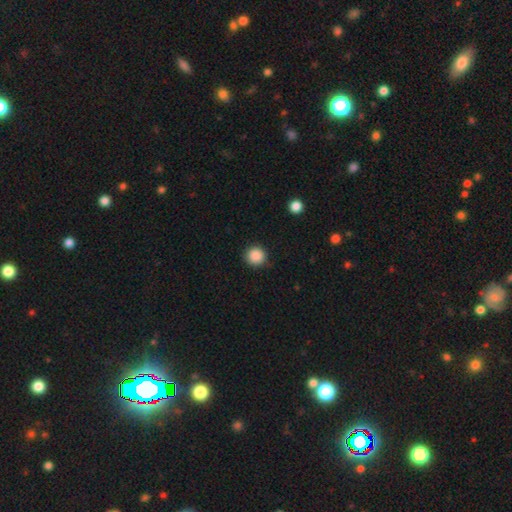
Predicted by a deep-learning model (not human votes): Smooth or featured: smooth — 88% (star or artifact — 9%)
How rounded: round — 94% (in between — 5%)
Merging: none — 89% (minor disturbance — 7%)